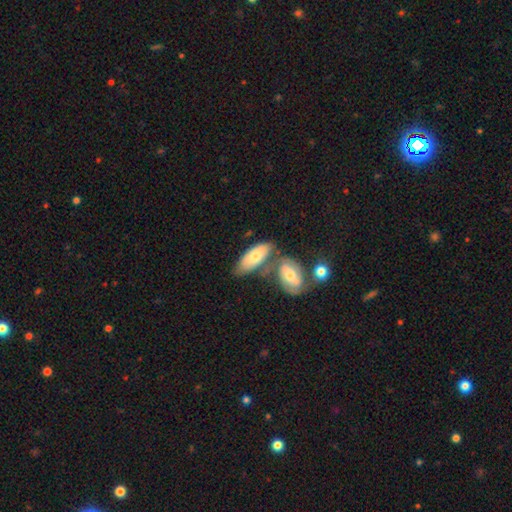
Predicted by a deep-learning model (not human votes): Smooth or featured: smooth — 59% (featured or disk — 35%)
How rounded: in between — 85% (cigar-shaped — 12%)
Merging: none — 40% (merger — 38%)